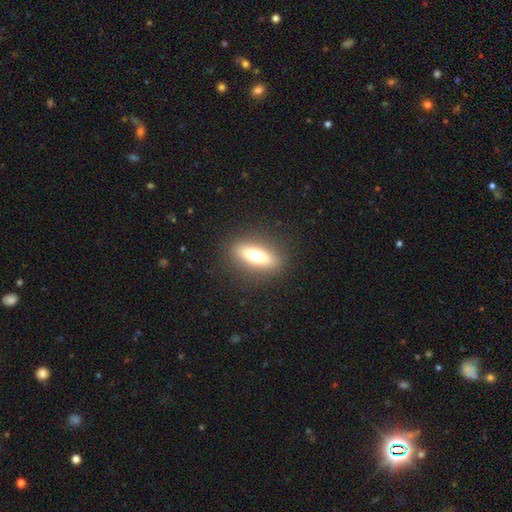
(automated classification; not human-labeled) Smooth or featured? smooth (59%)
How rounded? in between (58%)
Merging? none (88%)